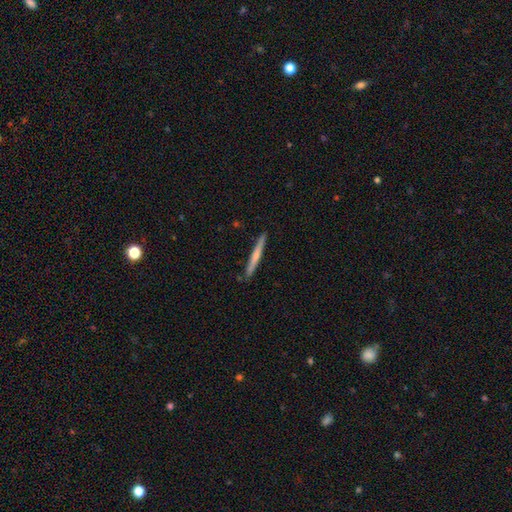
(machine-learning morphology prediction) This is possibly a smooth galaxy (51%). How rounded: clearly cigar-shaped (97%). Merging: clearly none (90%).